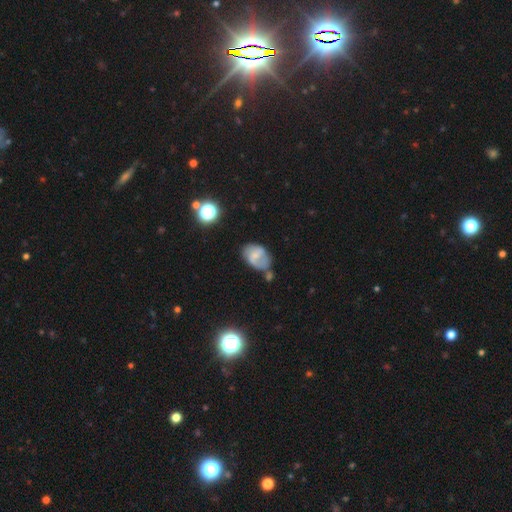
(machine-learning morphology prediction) Smooth or featured? featured or disk (52%)
Edge-on disk? no (96%)
Bar? weak (48%)
Spiral arms? yes (74%)
Bulge size? small (54%)
Merging? none (47%)